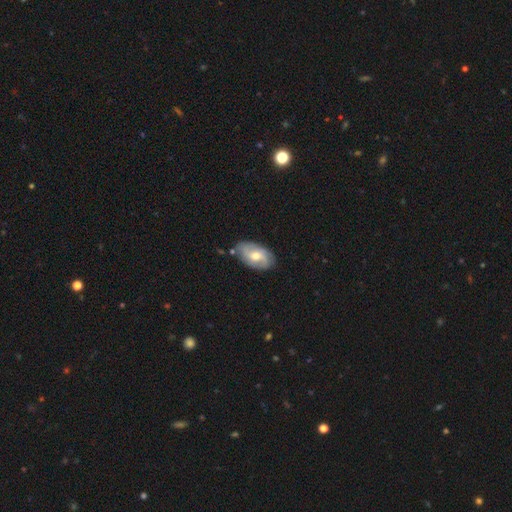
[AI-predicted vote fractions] A featured or disk galaxy (65%) with no bar (50%), 2 (42%) medium (42%) spiral arms (88%) and a moderate central bulge (68%). Merging: none (75%).